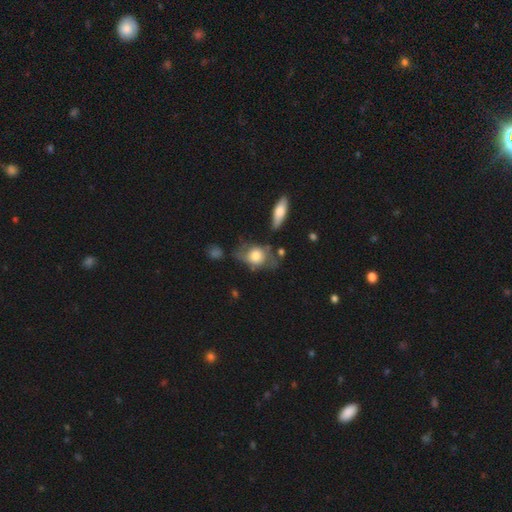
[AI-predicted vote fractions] Smooth or featured?
  - smooth: 59% *
  - featured or disk: 33%
  - star or artifact: 8%
How rounded?
  - in between: 62% *
  - round: 35%
  - cigar-shaped: 3%
Merging?
  - none: 43% *
  - minor disturbance: 29%
  - major disturbance: 20%
  - merger: 8%